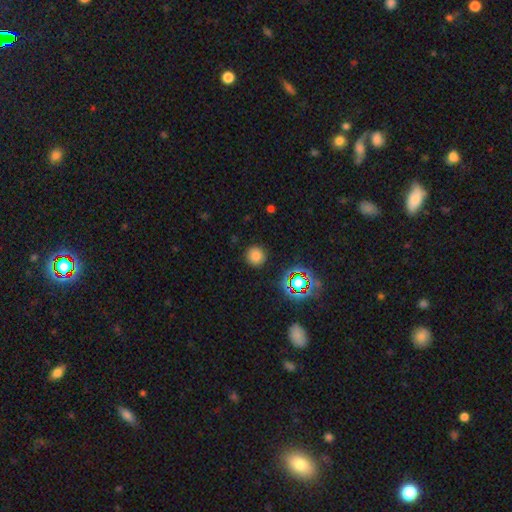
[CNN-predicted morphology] Smooth or featured? Predicted: smooth (p=0.76). How rounded? Predicted: round (p=0.94). Merging? Predicted: none (p=0.90).